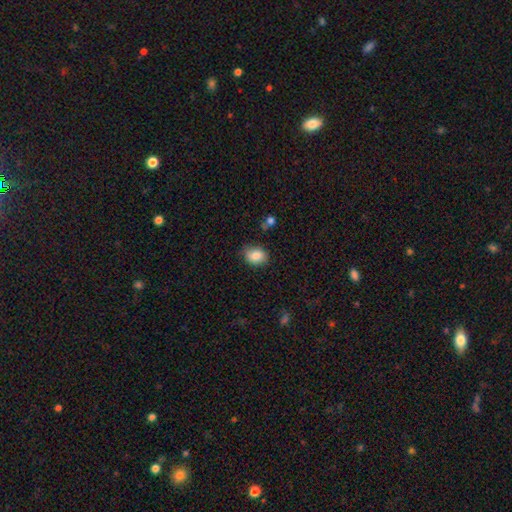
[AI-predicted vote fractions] Smooth or featured: smooth — 85% (star or artifact — 8%)
How rounded: in between — 64% (round — 35%)
Merging: none — 81% (minor disturbance — 14%)